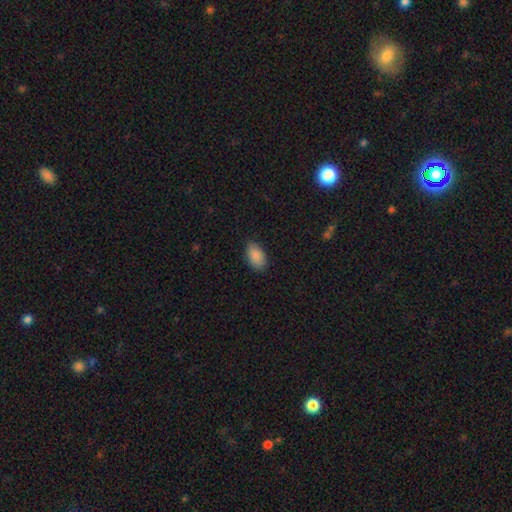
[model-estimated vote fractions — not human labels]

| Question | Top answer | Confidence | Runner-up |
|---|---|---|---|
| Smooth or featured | smooth | 89% | star or artifact (7%) |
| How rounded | in between | 93% | round (5%) |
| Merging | none | 86% | minor disturbance (11%) |